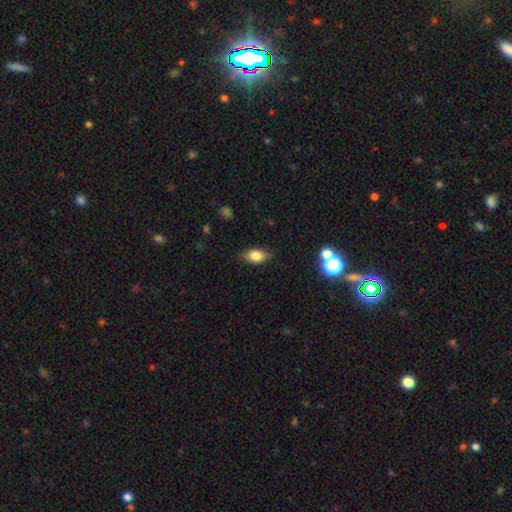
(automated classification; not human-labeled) This appears to be a smooth galaxy with no disk features (79%) that is in between round and cigar-shaped (85%). Merging: none (82%).